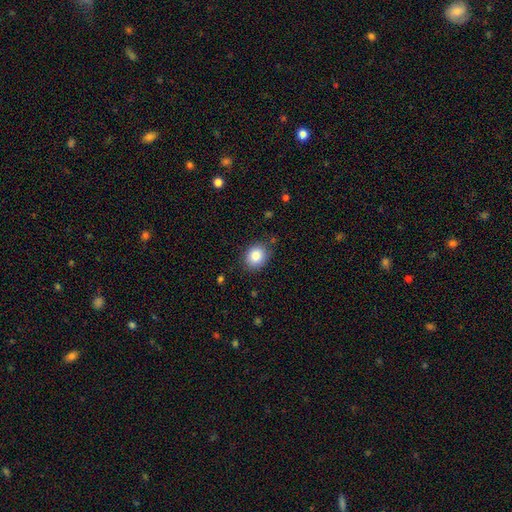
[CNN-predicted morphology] A smooth galaxy with no disk features (84%) that is round (54%). Merging: none (82%).